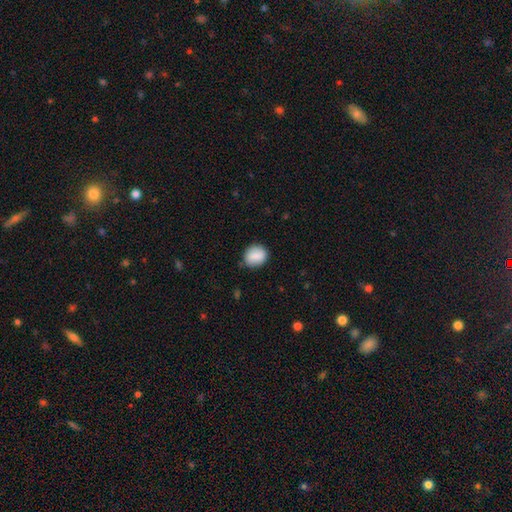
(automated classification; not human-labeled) Smooth or featured?
  - smooth: 86% *
  - star or artifact: 7%
  - featured or disk: 7%
How rounded?
  - round: 71% *
  - in between: 28%
  - cigar-shaped: 1%
Merging?
  - none: 80% *
  - minor disturbance: 15%
  - major disturbance: 3%
  - merger: 1%